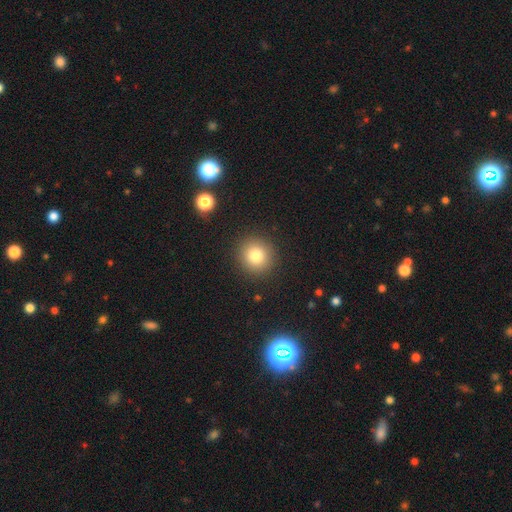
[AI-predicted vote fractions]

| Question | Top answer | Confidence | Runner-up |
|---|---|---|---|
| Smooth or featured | smooth | 80% | star or artifact (12%) |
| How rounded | round | 92% | in between (7%) |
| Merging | none | 91% | minor disturbance (6%) |